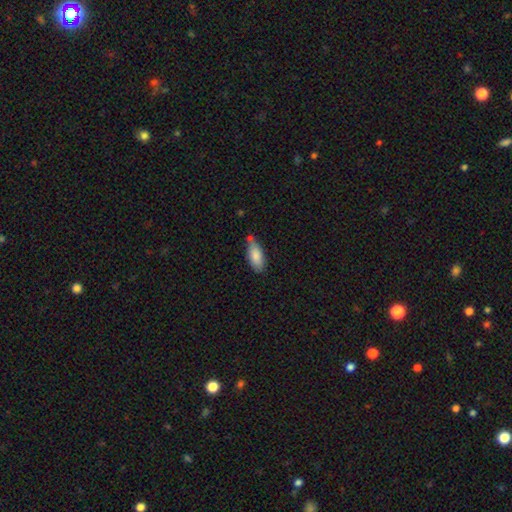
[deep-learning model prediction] The model was most divided on "merging": none: 52%, minor disturbance: 32%, merger: 10%, major disturbance: 6%. More confident: smooth or featured — smooth (83%); how rounded — in between (81%).